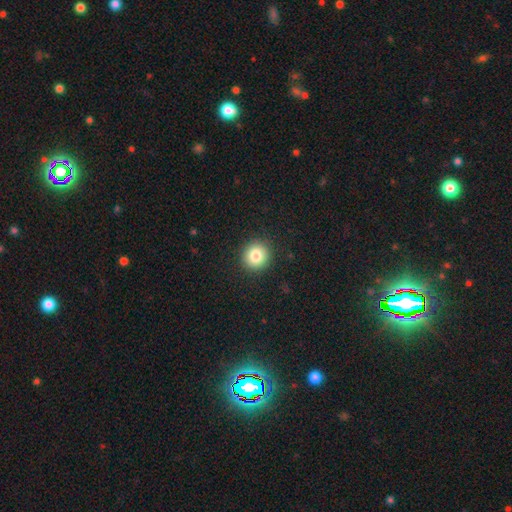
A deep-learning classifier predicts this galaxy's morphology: A smooth galaxy with no disk features (83%) that is round (91%). Merging: none (92%).